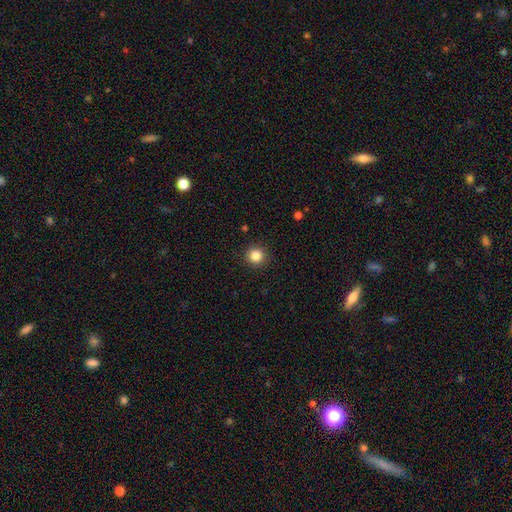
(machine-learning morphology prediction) Smooth or featured: smooth — 85% (star or artifact — 11%)
How rounded: round — 94% (in between — 5%)
Merging: none — 92% (minor disturbance — 5%)